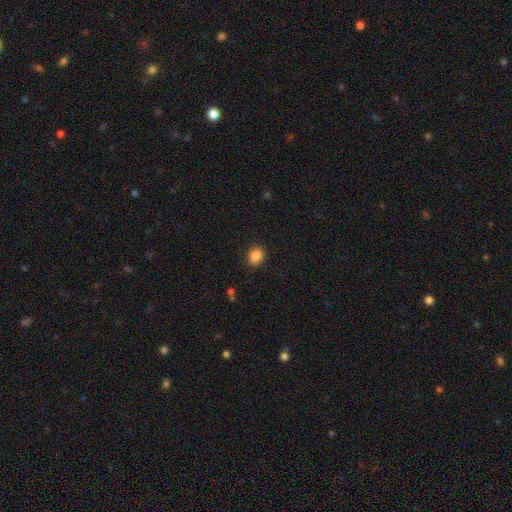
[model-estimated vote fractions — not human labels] A smooth galaxy with no disk features (86%) that is round (60%). Merging: none (88%).